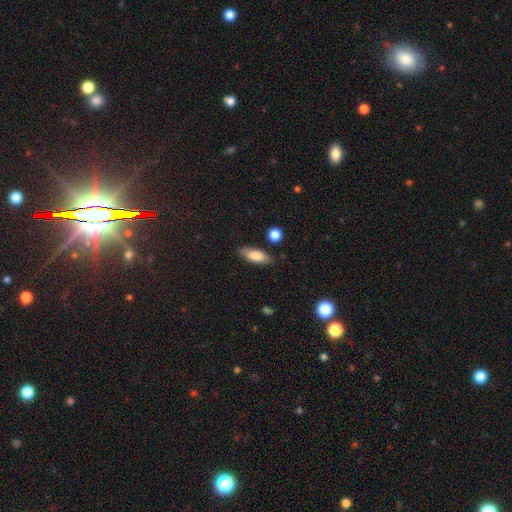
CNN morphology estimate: smooth 78%, featured or disk 15%, star or artifact 7%. Down the decision tree: how rounded — in between (73%); merging — none (80%).